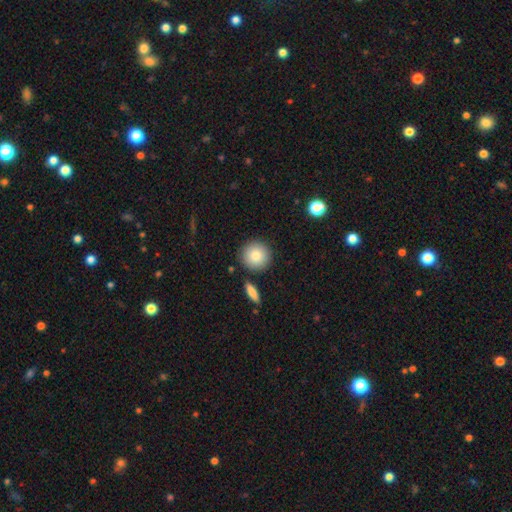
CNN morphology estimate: Q: Smooth or featured?
A: smooth (85%); runner-up: featured or disk (8%)
Q: How rounded?
A: round (93%); runner-up: in between (5%)
Q: Merging?
A: none (85%); runner-up: minor disturbance (7%)